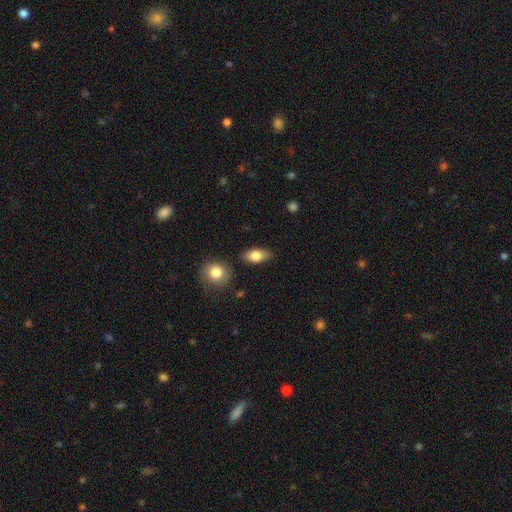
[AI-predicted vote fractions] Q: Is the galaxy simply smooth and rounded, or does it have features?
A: smooth — 78%.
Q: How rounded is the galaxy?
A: in between — 84%.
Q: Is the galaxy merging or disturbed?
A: none — 78%.